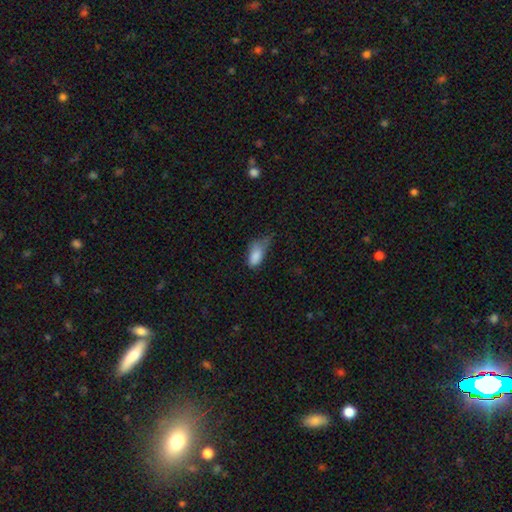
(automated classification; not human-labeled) A smooth galaxy with no disk features (83%) that is in between round and cigar-shaped (90%). Merging: minor disturbance (45%).